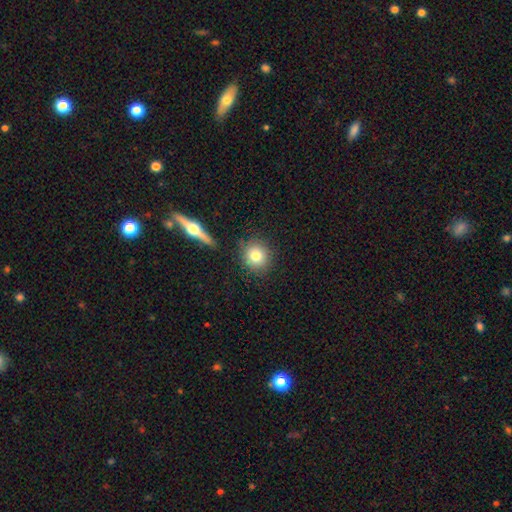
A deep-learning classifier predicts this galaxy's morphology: Smooth or featured? Predicted: smooth (p=0.79). How rounded? Predicted: round (p=0.88). Merging? Predicted: none (p=0.83).